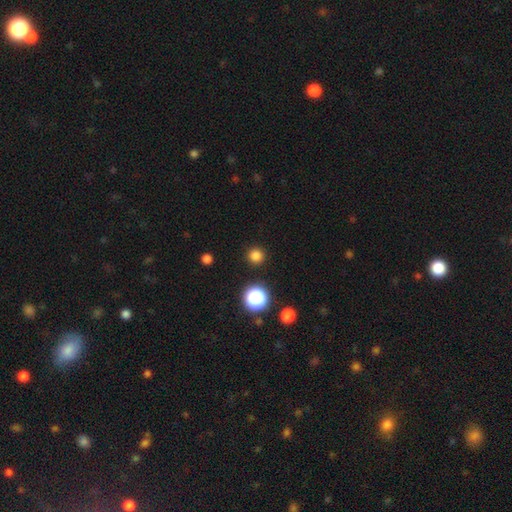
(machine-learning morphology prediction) Smooth or featured? Predicted: smooth (p=0.80). How rounded? Predicted: round (p=0.95). Merging? Predicted: none (p=0.92).